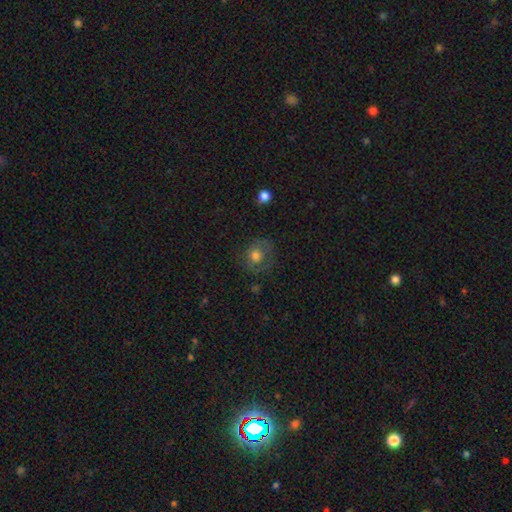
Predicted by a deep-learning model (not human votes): The model was most divided on "smooth or featured": smooth: 68%, featured or disk: 20%, star or artifact: 12%. More confident: how rounded — round (83%); merging — none (71%).